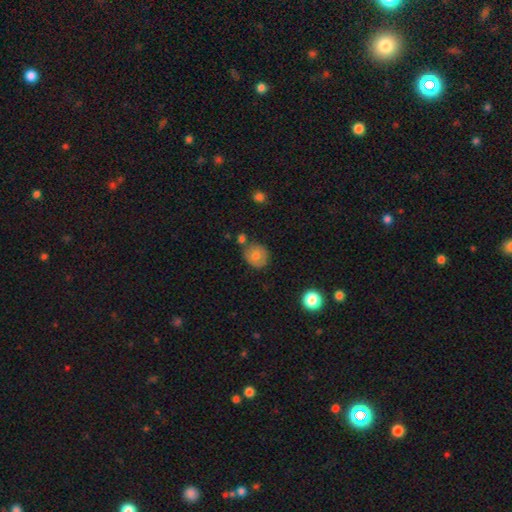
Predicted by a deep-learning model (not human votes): A smooth galaxy with no disk features (75%) that is round (79%). Merging: none (67%).